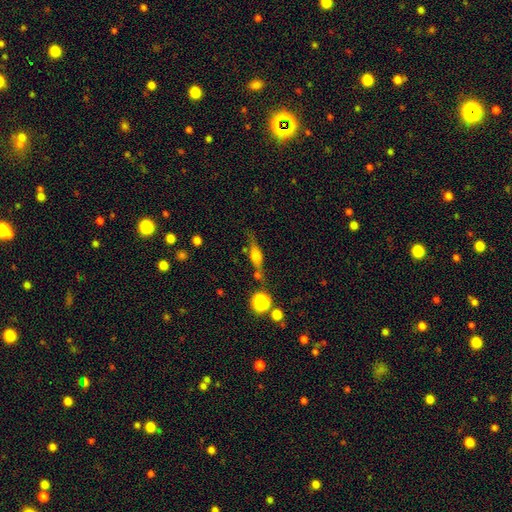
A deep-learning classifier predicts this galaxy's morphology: This is marginally a featured or disk galaxy (44%). Merging: likely none (63%).